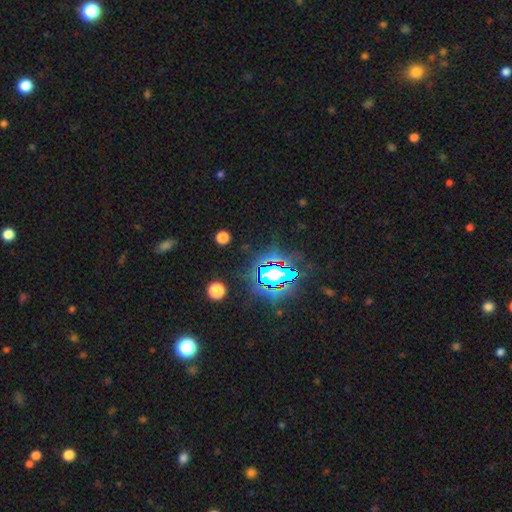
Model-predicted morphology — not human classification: A star or artifact, not a galaxy (79%).